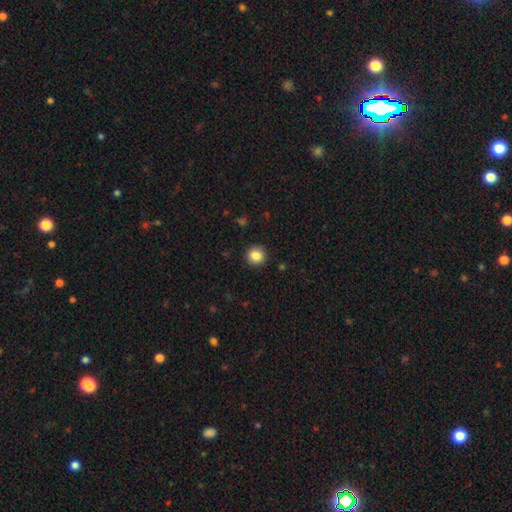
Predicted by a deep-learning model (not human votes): smooth-or-featured: smooth: 85% | star or artifact: 10% | featured or disk: 5%
  how-rounded: round: 93% | in between: 6% | cigar-shaped: 1%
  merging: none: 92% | minor disturbance: 5% | major disturbance: 2% | merger: 1%